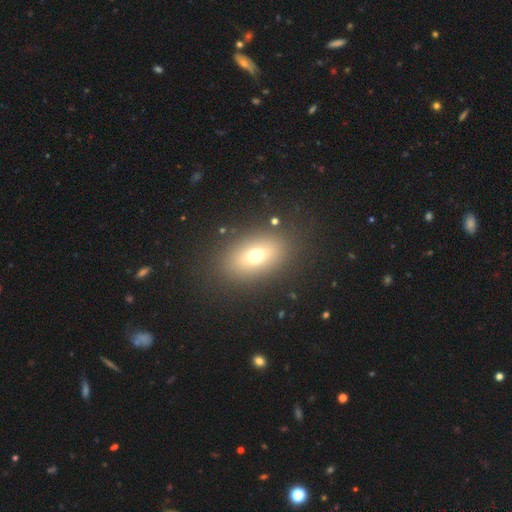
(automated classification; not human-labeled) Smooth or featured? smooth (66%)
How rounded? in between (77%)
Merging? none (85%)